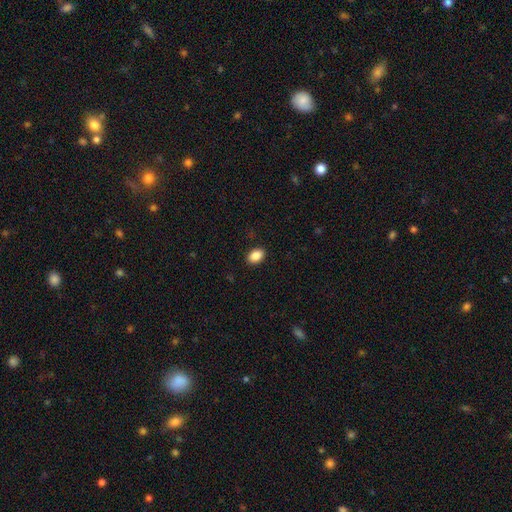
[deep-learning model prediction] smooth-or-featured: smooth: 89% | star or artifact: 8% | featured or disk: 3%
  how-rounded: in between: 83% | round: 15% | cigar-shaped: 1%
  merging: none: 90% | minor disturbance: 7% | major disturbance: 2% | merger: 1%